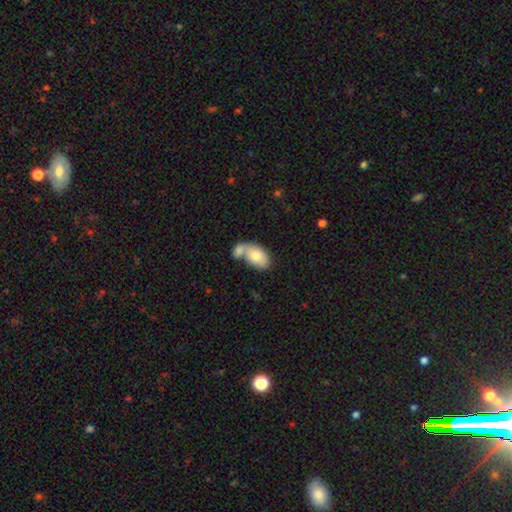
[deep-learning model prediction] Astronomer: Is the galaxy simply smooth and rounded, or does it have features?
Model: smooth — 78%.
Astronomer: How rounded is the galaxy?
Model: in between — 91%.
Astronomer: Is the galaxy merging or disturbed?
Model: merger — 56%.